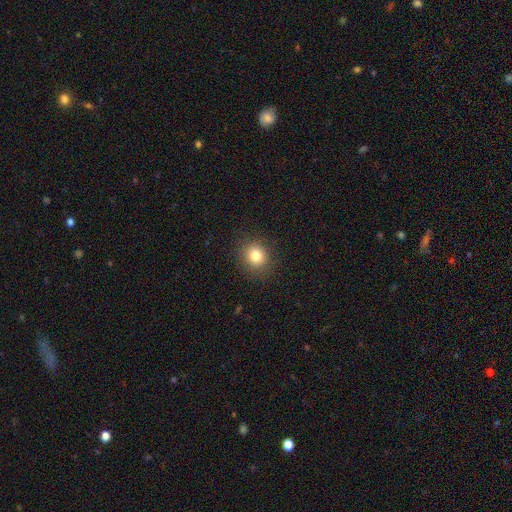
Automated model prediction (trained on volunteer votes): A smooth galaxy with no disk features (81%) that is round (80%).

Vote fractions:
- Smooth or featured? smooth: 81% / star or artifact: 12% / featured or disk: 7%
- How rounded? round: 80% / in between: 19% / cigar-shaped: 1%
- Merging? none: 89% / minor disturbance: 7% / major disturbance: 3% / merger: 1%